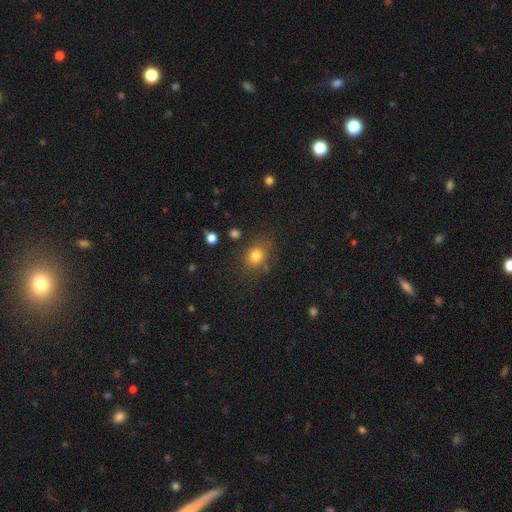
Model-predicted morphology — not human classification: Smooth or featured: smooth — 79% (star or artifact — 13%)
How rounded: round — 56% (in between — 43%)
Merging: none — 77% (minor disturbance — 14%)